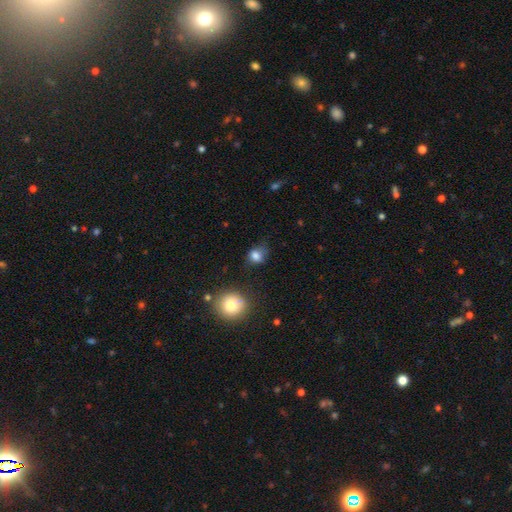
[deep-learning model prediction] Morphology: type=smooth (80%); roundness=round (59%); merging=none (52%).